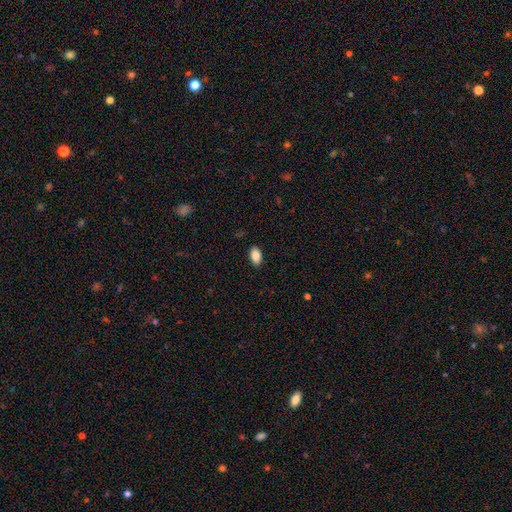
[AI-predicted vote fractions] This is clearly a smooth galaxy (85%). How rounded: clearly in between (93%). Merging: clearly none (88%).